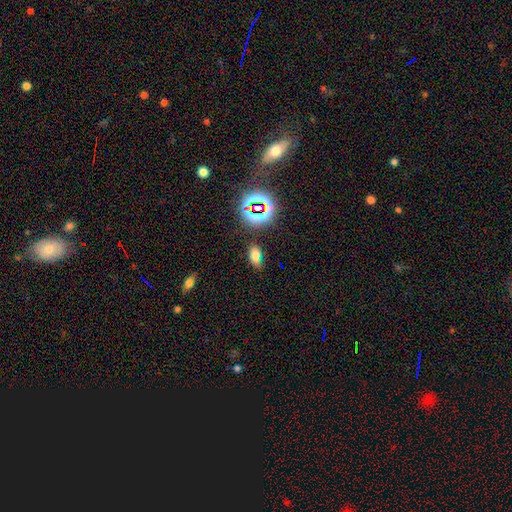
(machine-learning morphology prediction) Smooth or featured: smooth — 68% (star or artifact — 23%)
How rounded: in between — 85% (round — 9%)
Merging: none — 76% (minor disturbance — 15%)